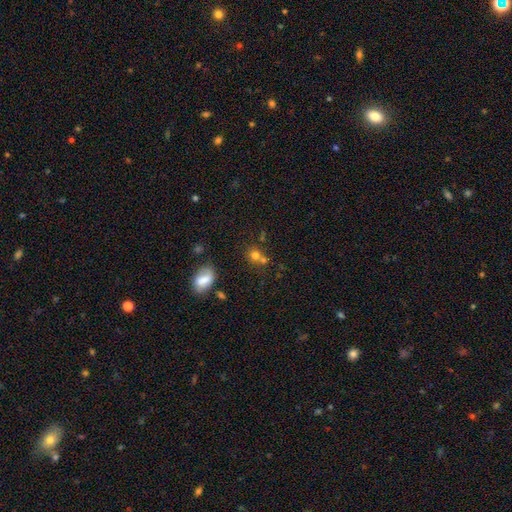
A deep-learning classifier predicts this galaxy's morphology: Smooth or featured? Predicted: smooth (p=0.72). How rounded? Predicted: round (p=0.72). Merging? Predicted: none (p=0.44).